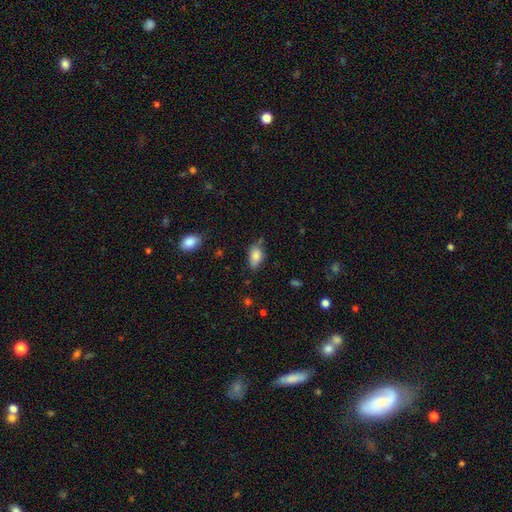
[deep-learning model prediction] Overall: smooth (79%). How rounded: in between (89%). Merging: none (66%; minor disturbance 26%).